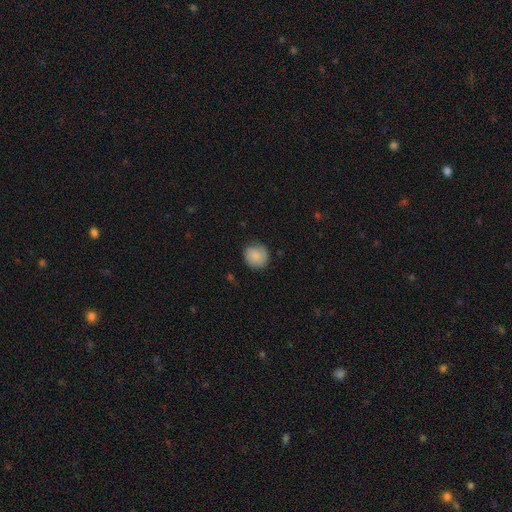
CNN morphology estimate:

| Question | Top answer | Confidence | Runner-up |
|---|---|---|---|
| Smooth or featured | smooth | 82% | featured or disk (11%) |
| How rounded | round | 87% | in between (12%) |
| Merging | none | 78% | minor disturbance (17%) |